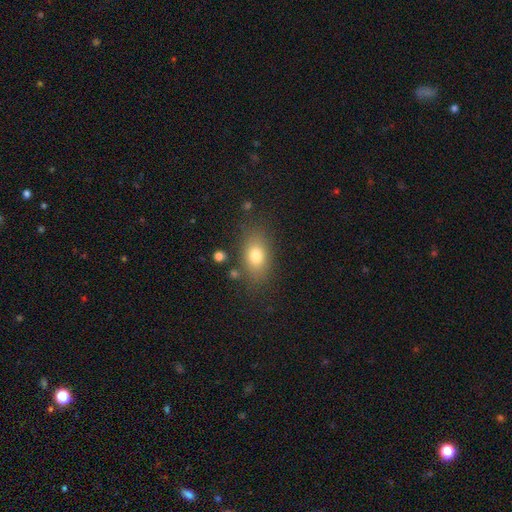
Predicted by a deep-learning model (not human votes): A smooth galaxy with no disk features (77%) that is in between round and cigar-shaped (81%). Merging: none (78%).